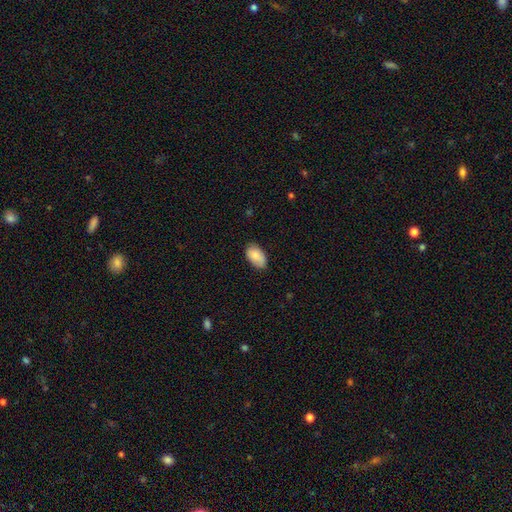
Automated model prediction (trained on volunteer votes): smooth 81%, featured or disk 12%, star or artifact 7%. Down the decision tree: how rounded — in between (94%); merging — none (76%).